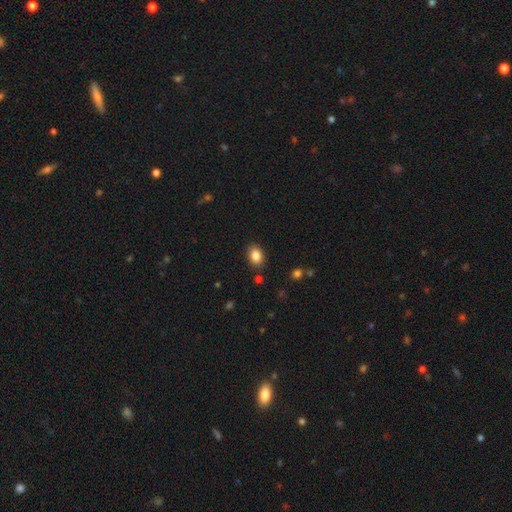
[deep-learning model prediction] Smooth or featured: smooth — 86% (star or artifact — 9%)
How rounded: in between — 79% (round — 20%)
Merging: none — 86% (minor disturbance — 10%)